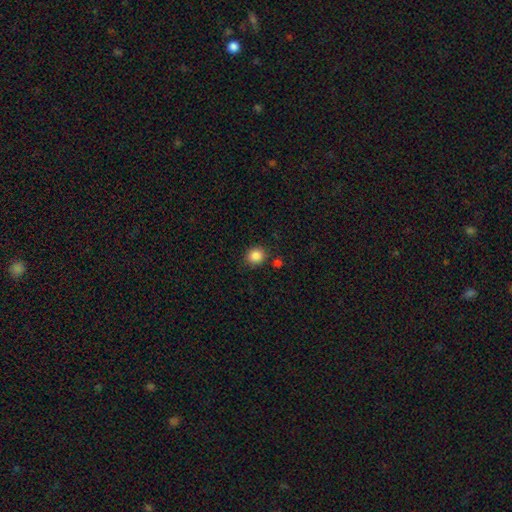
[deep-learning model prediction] This appears to be a smooth galaxy with no disk features (86%) that is round (79%). Merging: none (83%).